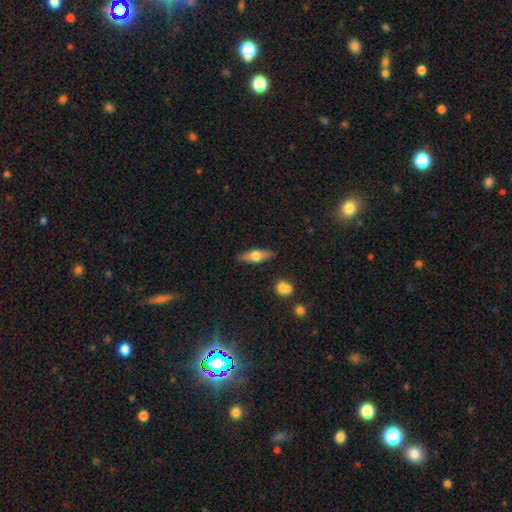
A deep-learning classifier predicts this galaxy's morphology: Smooth or featured?
  - smooth: 54% *
  - featured or disk: 39%
  - star or artifact: 7%
How rounded?
  - in between: 55% *
  - cigar-shaped: 42%
  - round: 4%
Merging?
  - none: 85% *
  - minor disturbance: 11%
  - major disturbance: 2%
  - merger: 2%